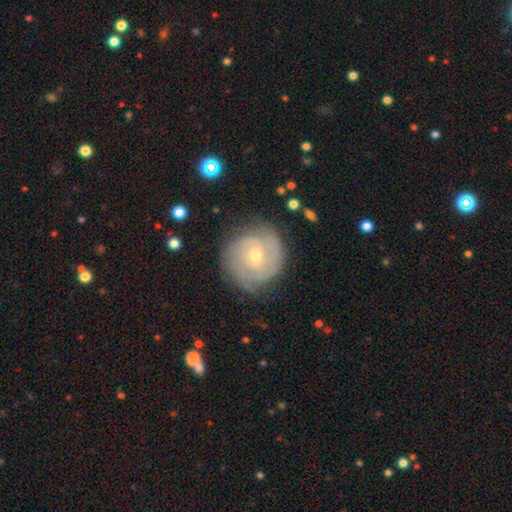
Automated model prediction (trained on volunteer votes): Smooth or featured?
  - featured or disk: 77% *
  - smooth: 17%
  - star or artifact: 6%
Edge-on disk?
  - no: 97% *
  - yes: 3%
Bar?
  - no: 67% *
  - weak: 28%
  - strong: 6%
Spiral arms?
  - yes: 90% *
  - no: 10%
Spiral winding?
  - tight: 70% *
  - medium: 23%
  - loose: 7%
Spiral arm count?
  - 2: 38% *
  - can't tell: 33%
  - 3: 15%
  - 4: 6%
  - 1: 5%
  - more than 4: 4%
Bulge size?
  - small: 65% *
  - moderate: 32%
  - large: 1%
  - none: 1%
  - dominant: 1%
Merging?
  - none: 74% *
  - minor disturbance: 18%
  - major disturbance: 7%
  - merger: 1%